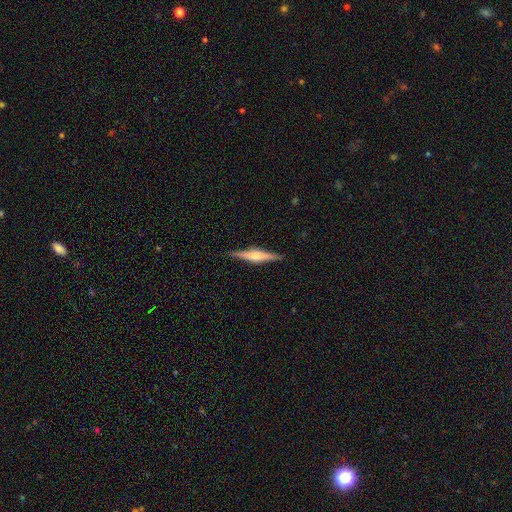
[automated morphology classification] type=featured or disk (67%); edge-on=yes (98%); edge-on bulge=rounded (71%); merging=none (91%).